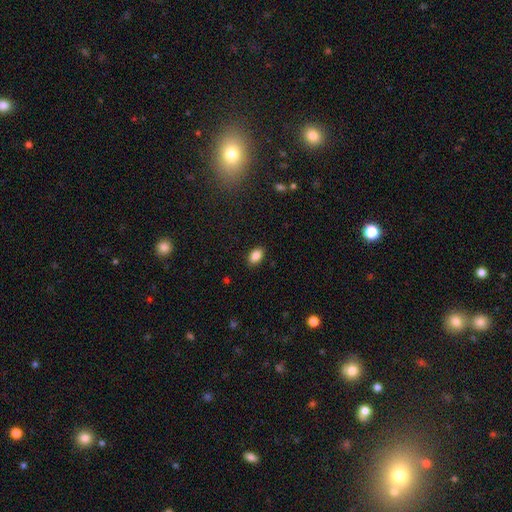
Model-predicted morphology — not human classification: smooth_or_featured: smooth (p=0.87) [alt: star or artifact p=0.08]
how_rounded: in between (p=0.89) [alt: round p=0.09]
merging: none (p=0.89) [alt: minor disturbance p=0.08]